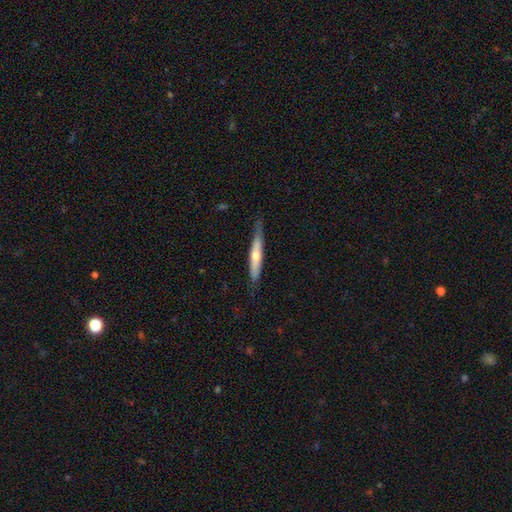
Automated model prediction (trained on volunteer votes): This appears to be a smooth galaxy with no disk features (51%) that is cigar-shaped (92%). Merging: none (74%).